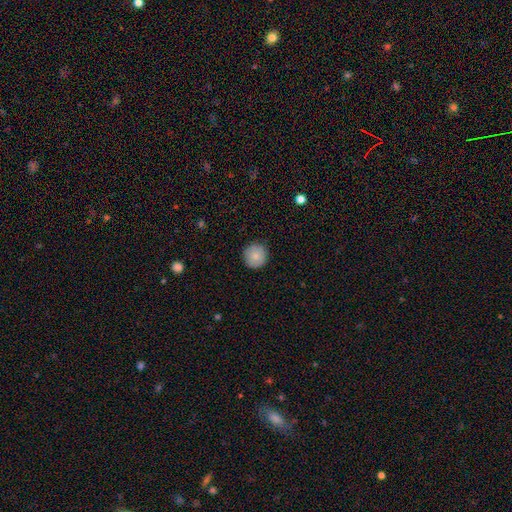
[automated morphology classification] Q: Smooth or featured?
A: smooth (83%); runner-up: featured or disk (9%)
Q: How rounded?
A: round (95%); runner-up: in between (4%)
Q: Merging?
A: none (89%); runner-up: minor disturbance (8%)